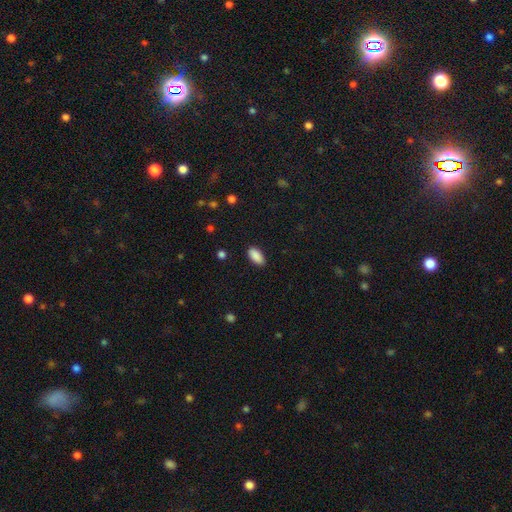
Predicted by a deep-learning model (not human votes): Smooth or featured?
  - smooth: 90% *
  - star or artifact: 7%
  - featured or disk: 3%
How rounded?
  - in between: 93% *
  - cigar-shaped: 4%
  - round: 3%
Merging?
  - none: 88% *
  - minor disturbance: 9%
  - major disturbance: 2%
  - merger: 1%